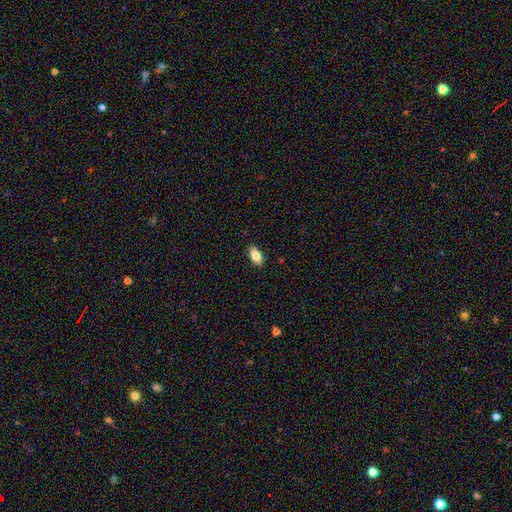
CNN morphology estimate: Smooth or featured? Predicted: smooth (p=0.82). How rounded? Predicted: in between (p=0.91). Merging? Predicted: none (p=0.89).